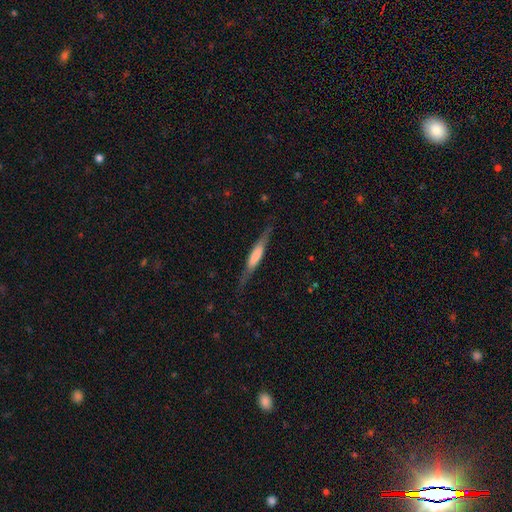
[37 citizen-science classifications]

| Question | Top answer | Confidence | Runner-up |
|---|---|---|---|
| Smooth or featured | smooth | 57% | featured or disk (41%) |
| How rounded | cigar-shaped | 90% | in between (10%) |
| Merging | none | 75% | minor disturbance (17%) |